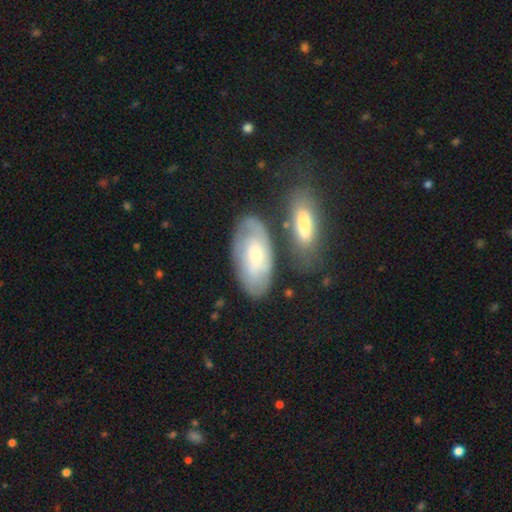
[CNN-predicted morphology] smooth_or_featured: featured or disk (p=0.54) [alt: smooth p=0.40]
disk_edge_on: no (p=0.90) [alt: yes p=0.10]
merging: none (p=0.63) [alt: minor disturbance p=0.19]